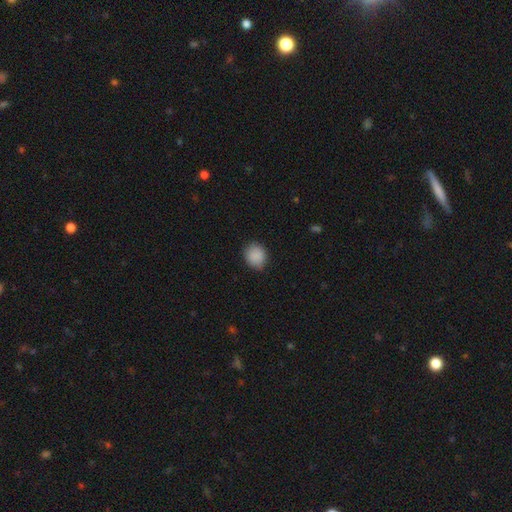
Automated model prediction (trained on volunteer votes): Smooth or featured? smooth (89%)
How rounded? round (70%)
Merging? none (80%)